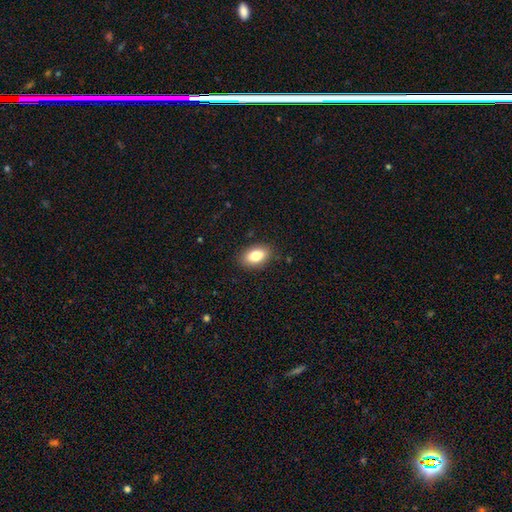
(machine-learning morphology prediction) Overall: smooth (82%). How rounded: in between (90%). Merging: none (87%).